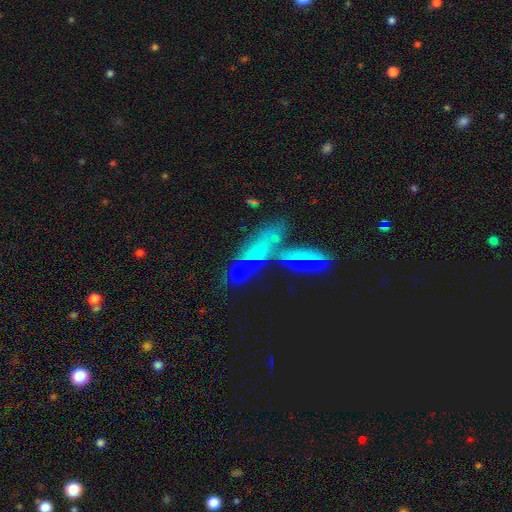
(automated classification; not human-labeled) This appears to be a smooth galaxy with no disk features (39%). Merging: merger (52%).